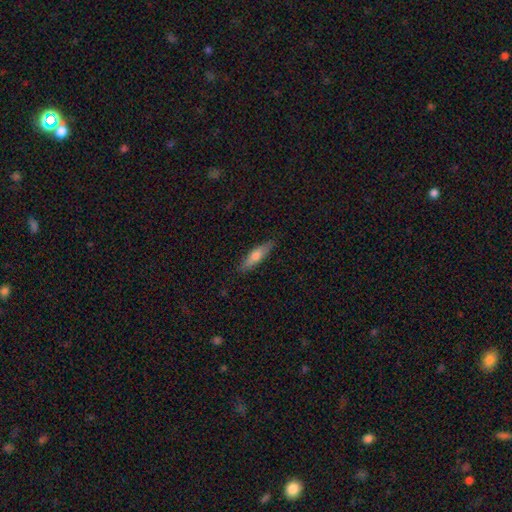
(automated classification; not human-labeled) The model was most divided on "smooth or featured": smooth: 59%, featured or disk: 35%, star or artifact: 6%. More confident: merging — none (86%); how rounded — cigar-shaped (68%).